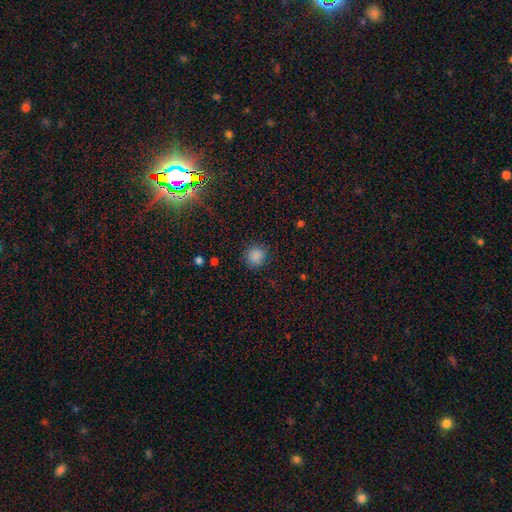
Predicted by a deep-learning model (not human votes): Smooth or featured?
  - smooth: 85% *
  - star or artifact: 12%
  - featured or disk: 4%
How rounded?
  - round: 87% *
  - in between: 12%
  - cigar-shaped: 1%
Merging?
  - none: 86% *
  - minor disturbance: 9%
  - major disturbance: 3%
  - merger: 1%